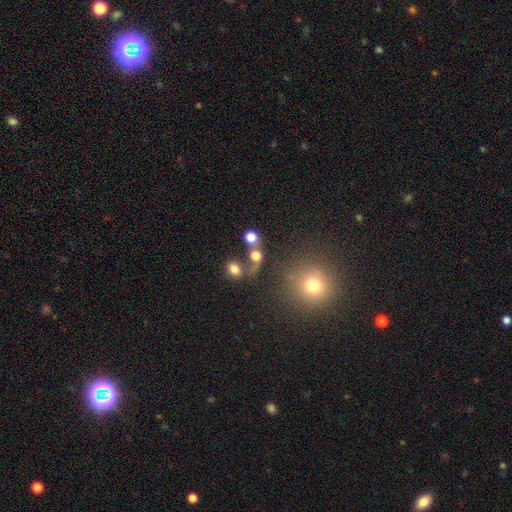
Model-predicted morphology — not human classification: Smooth or featured? Predicted: smooth (p=0.70). How rounded? Predicted: round (p=0.66). Merging? Predicted: merger (p=0.45).